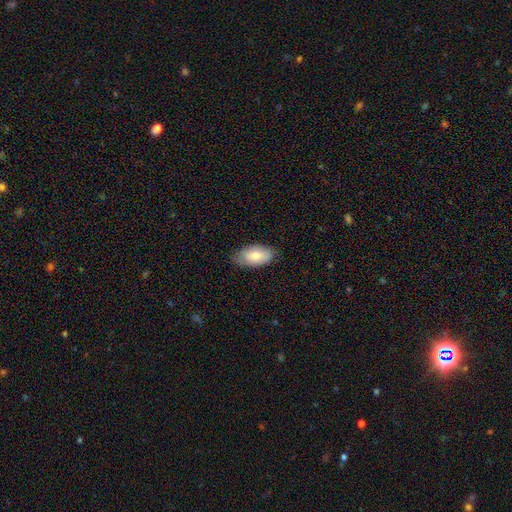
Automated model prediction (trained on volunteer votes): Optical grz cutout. It shows a smooth galaxy with no disk features (80%) that is in between round and cigar-shaped (94%). Merging: none (77%).